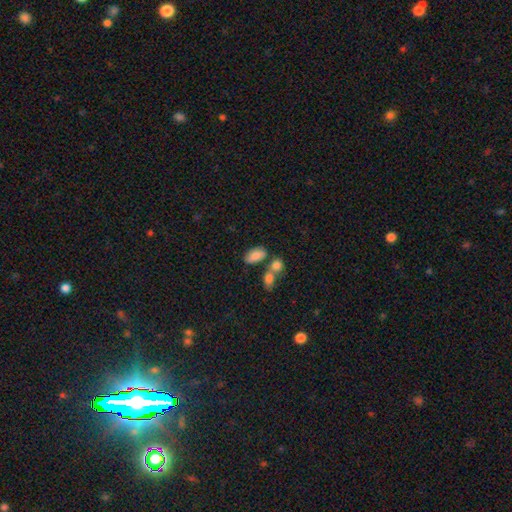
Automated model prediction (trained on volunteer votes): smooth 83%, featured or disk 9%, star or artifact 8%. Down the decision tree: how rounded — in between (92%); merging — none (50%).